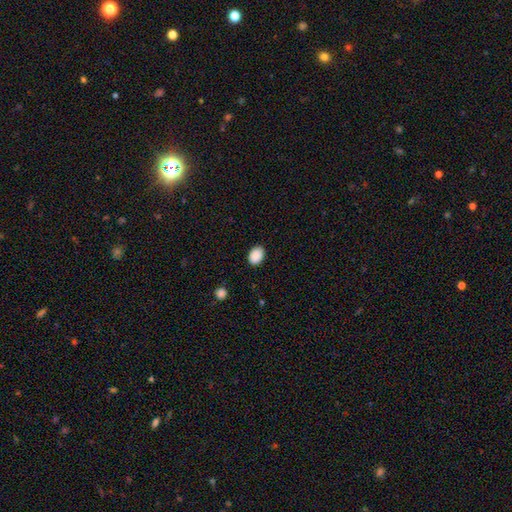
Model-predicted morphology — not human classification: Smooth or featured: smooth — 90% (star or artifact — 8%)
How rounded: in between — 75% (round — 24%)
Merging: none — 88% (minor disturbance — 9%)